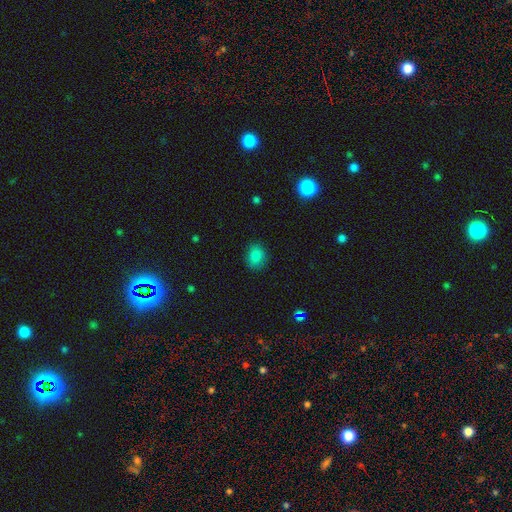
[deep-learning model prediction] A smooth galaxy with no disk features (84%) that is in between round and cigar-shaped (50%).

Vote fractions:
- Smooth or featured? smooth: 84% / star or artifact: 11% / featured or disk: 5%
- How rounded? in between: 50% / round: 49% / cigar-shaped: 1%
- Merging? none: 85% / minor disturbance: 11% / major disturbance: 3% / merger: 1%